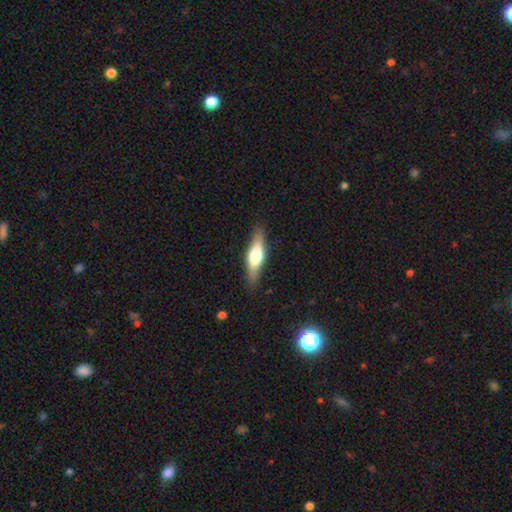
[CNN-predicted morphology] This appears to be a featured or disk galaxy (48%). Merging: none (85%).